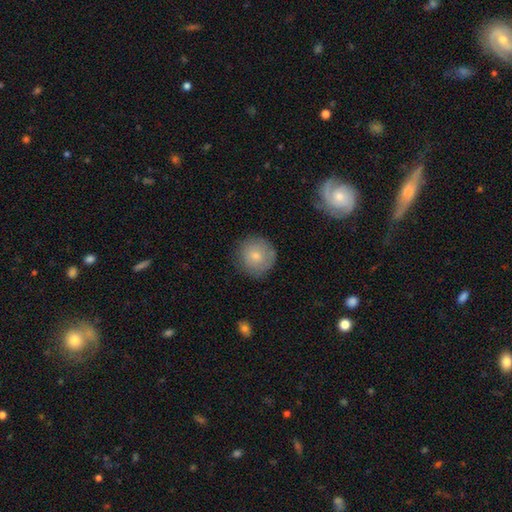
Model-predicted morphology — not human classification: smooth-or-featured: smooth: 75% | featured or disk: 18% | star or artifact: 8%
  how-rounded: round: 94% | in between: 5% | cigar-shaped: 1%
  merging: none: 82% | minor disturbance: 13% | major disturbance: 4% | merger: 1%